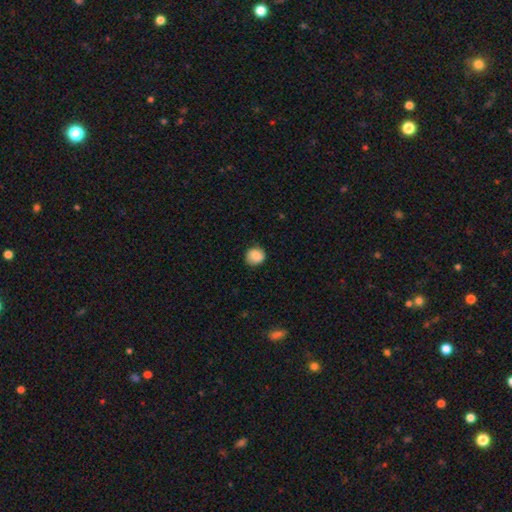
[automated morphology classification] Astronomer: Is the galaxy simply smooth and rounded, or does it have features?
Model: smooth — 86%.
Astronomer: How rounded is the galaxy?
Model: round — 85%.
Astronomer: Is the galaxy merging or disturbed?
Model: none — 80%.